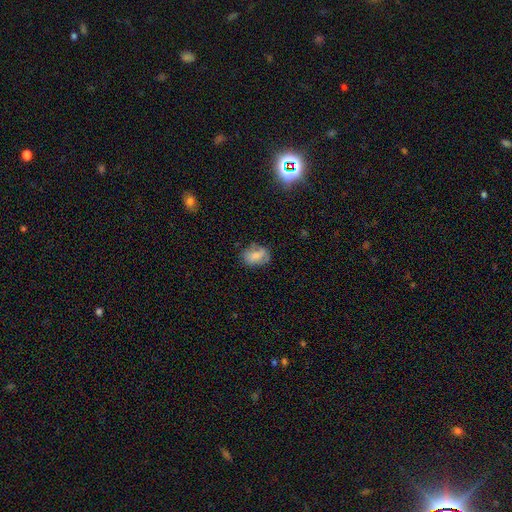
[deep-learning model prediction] This is likely a smooth galaxy (74%). How rounded: likely in between (77%). Merging: likely none (62%).